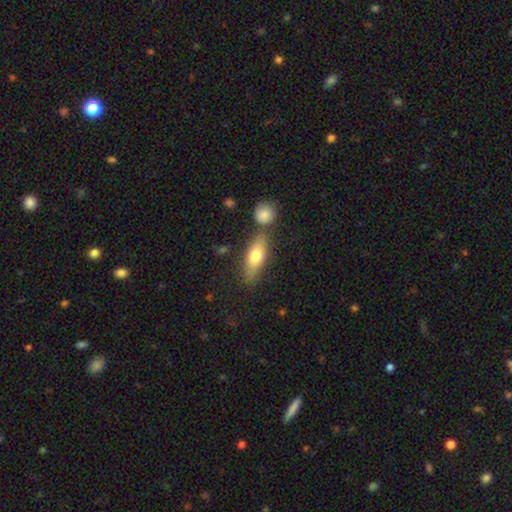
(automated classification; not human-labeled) The model was most divided on "how rounded": in between: 63%, cigar-shaped: 33%, round: 4%. More confident: merging — none (70%); smooth or featured — smooth (68%).